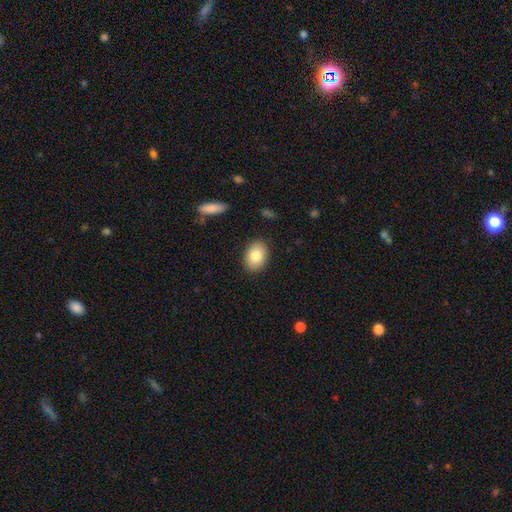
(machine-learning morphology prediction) smooth_or_featured: smooth (p=0.83) [alt: featured or disk p=0.10]
how_rounded: in between (p=0.75) [alt: round p=0.24]
merging: none (p=0.88) [alt: minor disturbance p=0.08]